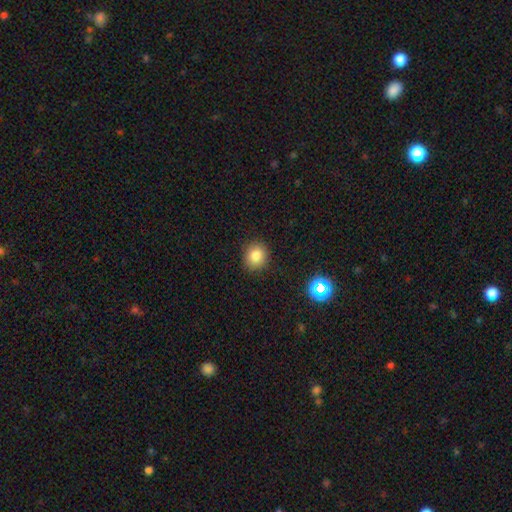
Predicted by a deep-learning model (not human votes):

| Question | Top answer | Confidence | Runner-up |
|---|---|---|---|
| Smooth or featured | smooth | 82% | star or artifact (12%) |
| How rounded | round | 79% | in between (20%) |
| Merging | none | 89% | minor disturbance (8%) |